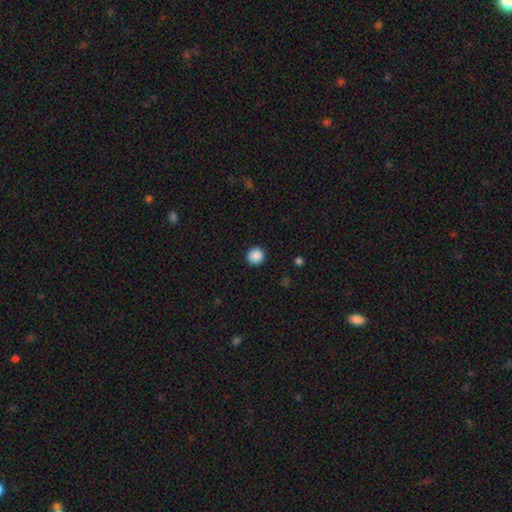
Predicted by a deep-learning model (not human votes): The model was most divided on "smooth or featured": smooth: 89%, star or artifact: 9%, featured or disk: 2%. More confident: how rounded — round (95%); merging — none (92%).